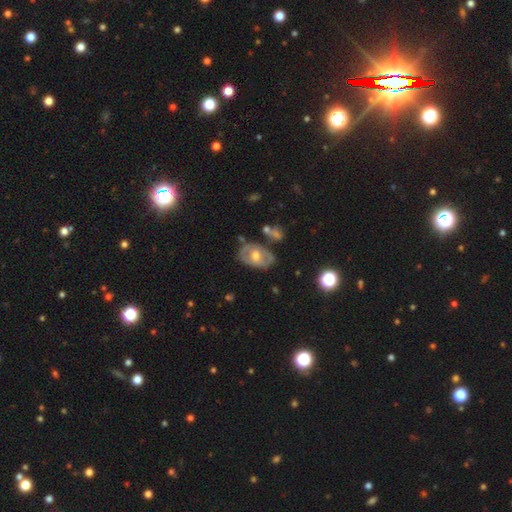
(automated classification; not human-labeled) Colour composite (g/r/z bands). It shows a featured or disk galaxy (56%) with no bar (67%), no spiral arms (68%) and a moderate central bulge (73%). Merging: none (63%).